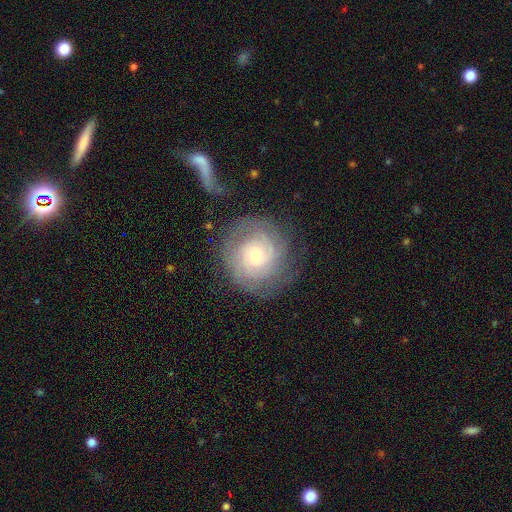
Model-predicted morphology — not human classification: Overall: featured or disk (74%). Edge-on disk: no (97%). Bar: no (77%). Spiral arms: yes (91%). Spiral arm count: can't tell (36%; 2 28%). Spiral winding: tight (72%). Bulge size: small (48%; moderate 46%). Merging: none (75%).